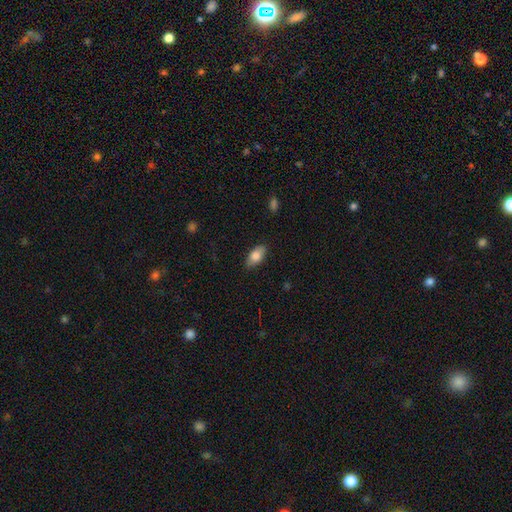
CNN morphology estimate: smooth_or_featured: smooth (p=0.81) [alt: featured or disk p=0.13]
how_rounded: in between (p=0.90) [alt: cigar-shaped p=0.06]
merging: none (p=0.85) [alt: minor disturbance p=0.12]